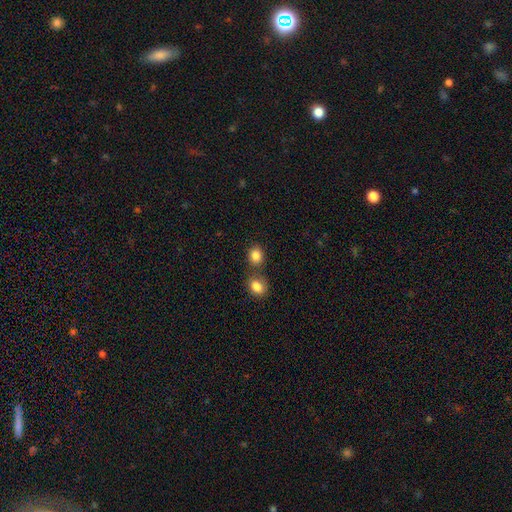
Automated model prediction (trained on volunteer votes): Smooth or featured? Predicted: smooth (p=0.85). How rounded? Predicted: round (p=0.70). Merging? Predicted: none (p=0.65).